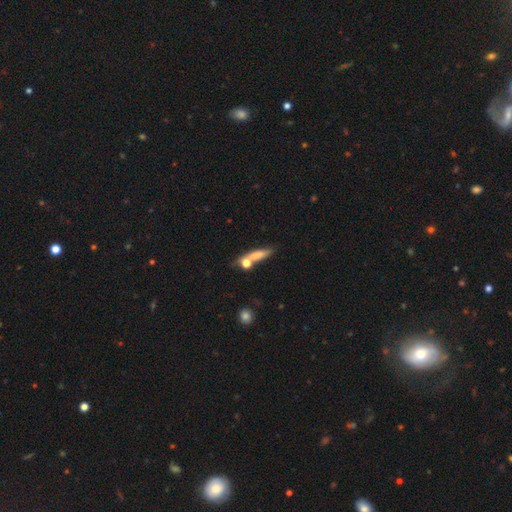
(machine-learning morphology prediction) Smooth or featured? Predicted: smooth (p=0.68). How rounded? Predicted: cigar-shaped (p=0.66). Merging? Predicted: none (p=0.54).